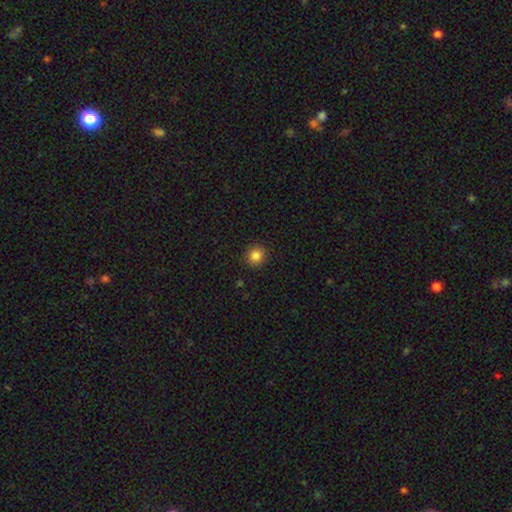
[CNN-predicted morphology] type=smooth (85%); roundness=round (90%); merging=none (91%).